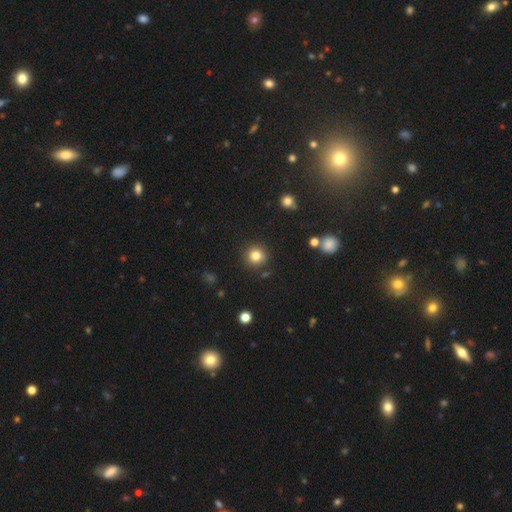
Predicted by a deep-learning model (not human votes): The model was most divided on "smooth or featured": smooth: 81%, star or artifact: 12%, featured or disk: 6%. More confident: how rounded — round (94%); merging — none (89%).